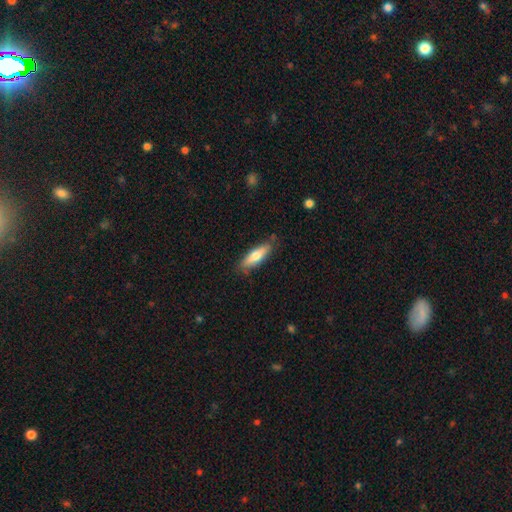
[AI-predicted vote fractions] smooth_or_featured: smooth (p=0.68) [alt: featured or disk p=0.27]
how_rounded: cigar-shaped (p=0.60) [alt: in between p=0.38]
merging: none (p=0.80) [alt: minor disturbance p=0.15]